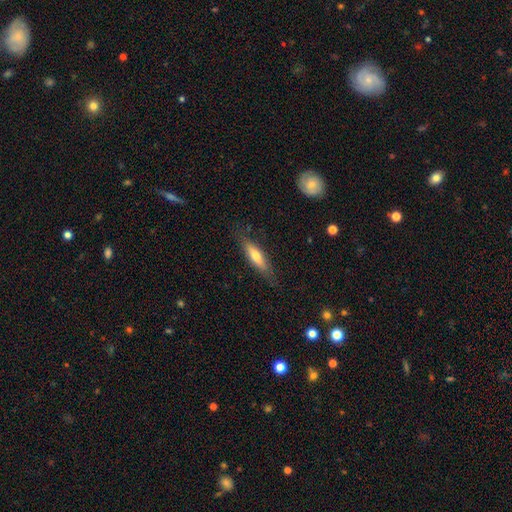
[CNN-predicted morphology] Smooth or featured?
  - smooth: 59% *
  - featured or disk: 35%
  - star or artifact: 6%
How rounded?
  - cigar-shaped: 69% *
  - in between: 29%
  - round: 2%
Merging?
  - none: 80% *
  - minor disturbance: 15%
  - major disturbance: 4%
  - merger: 1%